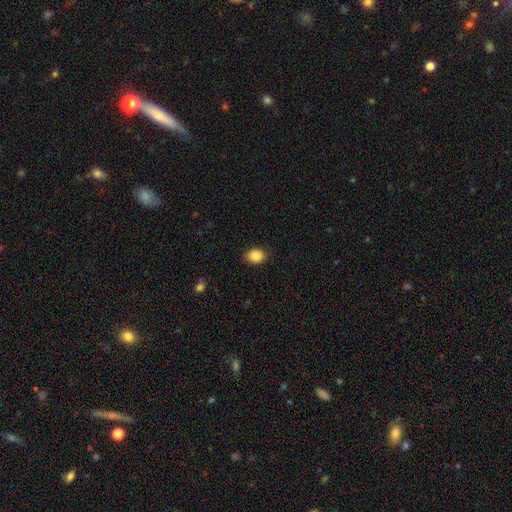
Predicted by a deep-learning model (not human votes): A smooth galaxy with no disk features (86%) that is in between round and cigar-shaped (64%). Merging: none (85%).